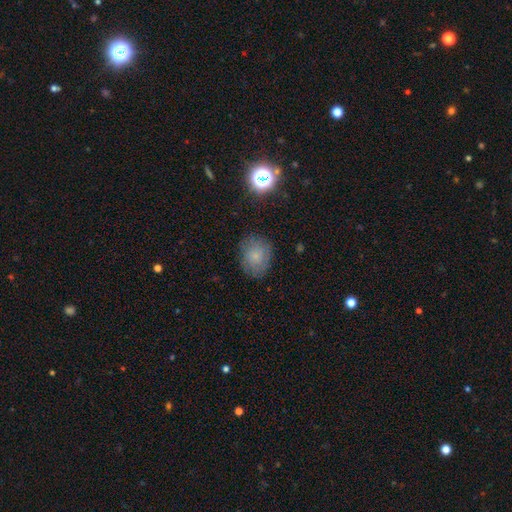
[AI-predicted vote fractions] This is likely a smooth galaxy (71%). How rounded: likely round (62%). Merging: likely none (77%).